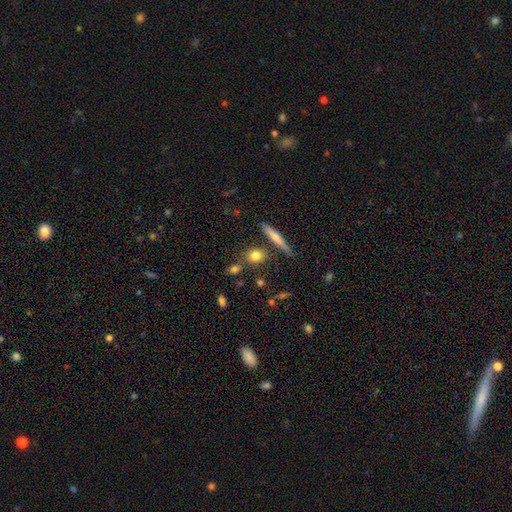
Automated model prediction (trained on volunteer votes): Smooth or featured: smooth — 75% (featured or disk — 15%)
How rounded: round — 55% (in between — 29%)
Merging: none — 74% (minor disturbance — 11%)